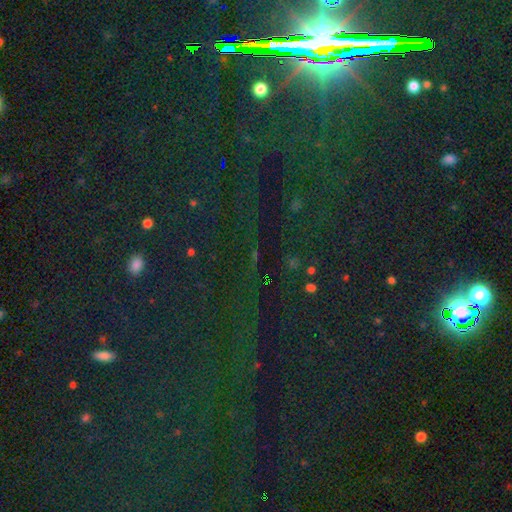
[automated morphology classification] Q: Smooth or featured?
A: star or artifact (81%); runner-up: smooth (12%)